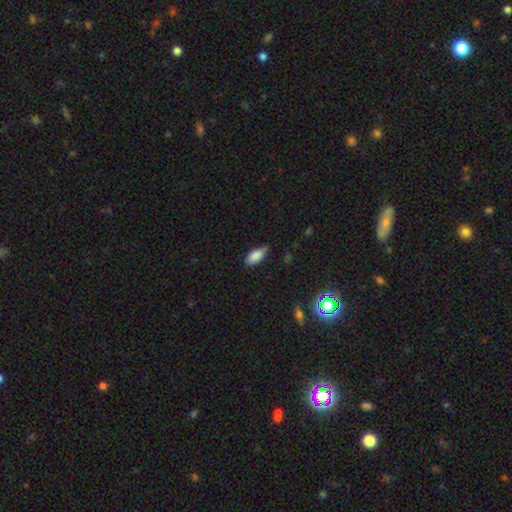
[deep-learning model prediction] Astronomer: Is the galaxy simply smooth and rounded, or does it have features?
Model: smooth — 85%.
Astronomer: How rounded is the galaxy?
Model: in between — 87%.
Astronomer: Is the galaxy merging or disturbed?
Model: none — 70%.